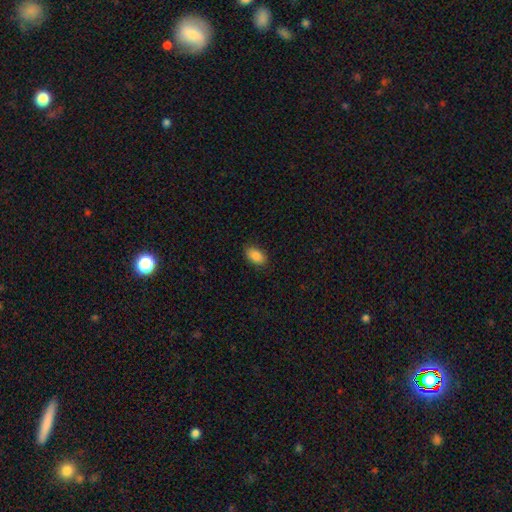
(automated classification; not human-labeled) A smooth galaxy with no disk features (87%) that is in between round and cigar-shaped (92%). Merging: none (87%).